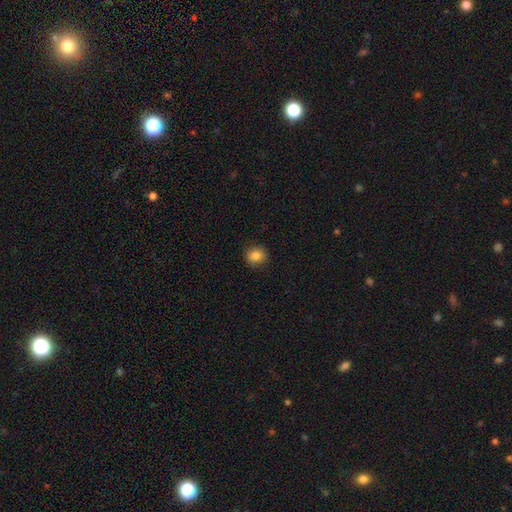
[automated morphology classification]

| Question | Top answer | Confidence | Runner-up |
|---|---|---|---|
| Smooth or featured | smooth | 85% | star or artifact (10%) |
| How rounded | round | 84% | in between (15%) |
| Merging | none | 88% | minor disturbance (9%) |